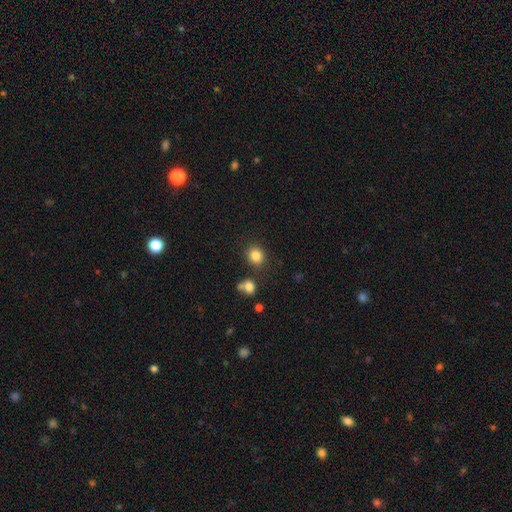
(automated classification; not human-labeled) smooth_or_featured: smooth (p=0.84) [alt: star or artifact p=0.11]
how_rounded: round (p=0.78) [alt: in between p=0.21]
merging: none (p=0.81) [alt: minor disturbance p=0.09]